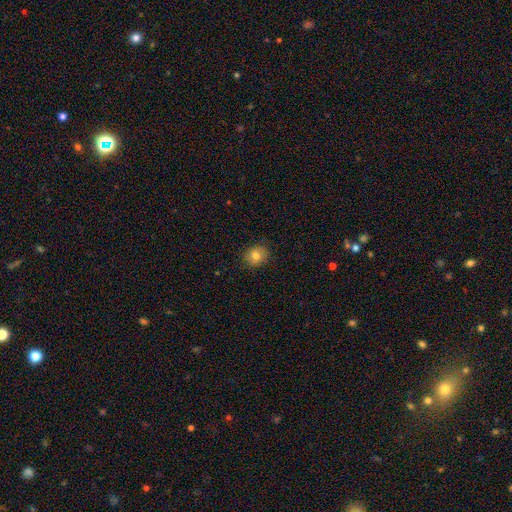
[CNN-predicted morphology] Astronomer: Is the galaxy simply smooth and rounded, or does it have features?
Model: smooth — 80%.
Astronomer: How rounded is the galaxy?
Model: round — 67%.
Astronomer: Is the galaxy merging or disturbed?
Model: none — 86%.